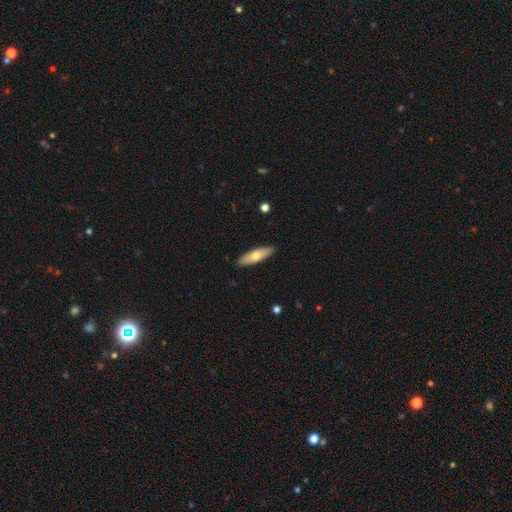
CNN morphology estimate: Smooth or featured? Predicted: smooth (p=0.64). How rounded? Predicted: cigar-shaped (p=0.56). Merging? Predicted: none (p=0.90).